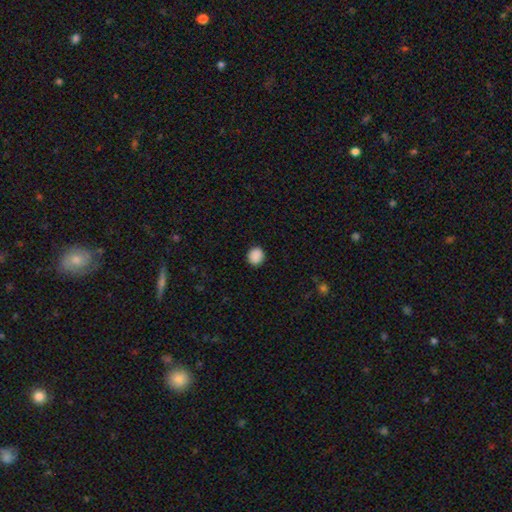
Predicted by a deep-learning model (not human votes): Smooth or featured? smooth (89%)
How rounded? round (84%)
Merging? none (91%)